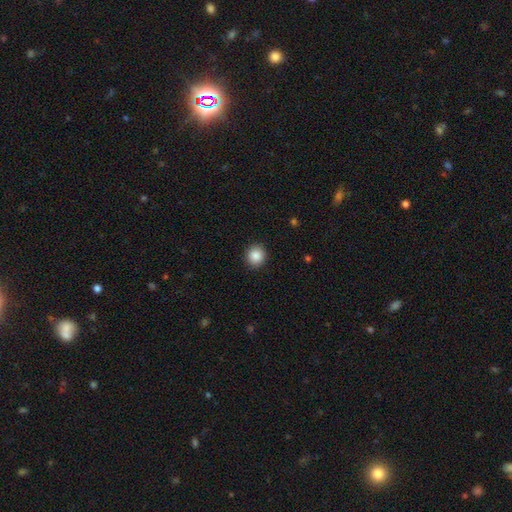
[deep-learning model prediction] A smooth galaxy with no disk features (88%) that is round (88%).

Vote fractions:
- Smooth or featured? smooth: 88% / star or artifact: 9% / featured or disk: 4%
- How rounded? round: 88% / in between: 11% / cigar-shaped: 1%
- Merging? none: 92% / minor disturbance: 5% / major disturbance: 2% / merger: 1%